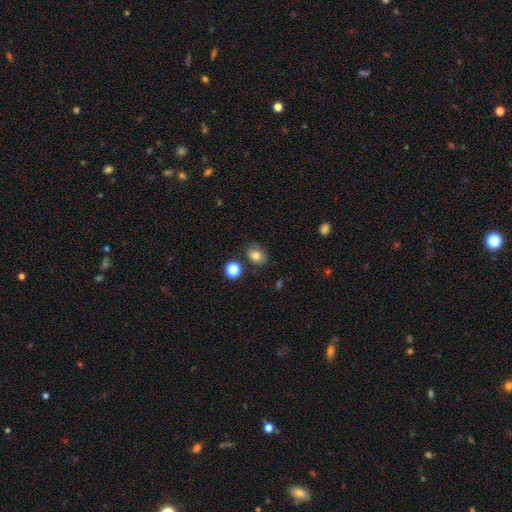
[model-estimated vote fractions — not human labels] Morphology: type=smooth (79%); roundness=in between (58%); merging=none (76%).